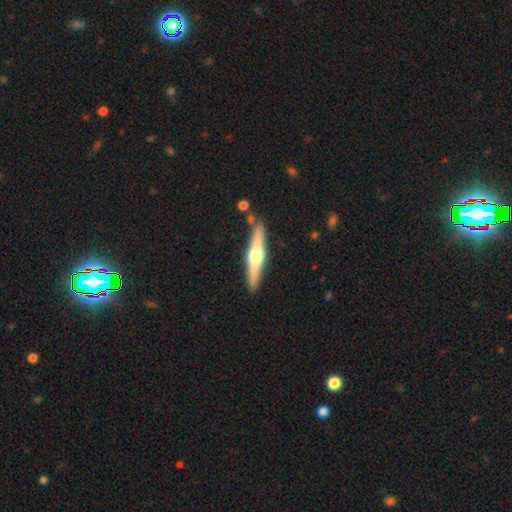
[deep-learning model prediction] Morphology: type=featured or disk (66%); edge-on=yes (97%); edge-on bulge=rounded (93%); merging=none (85%).